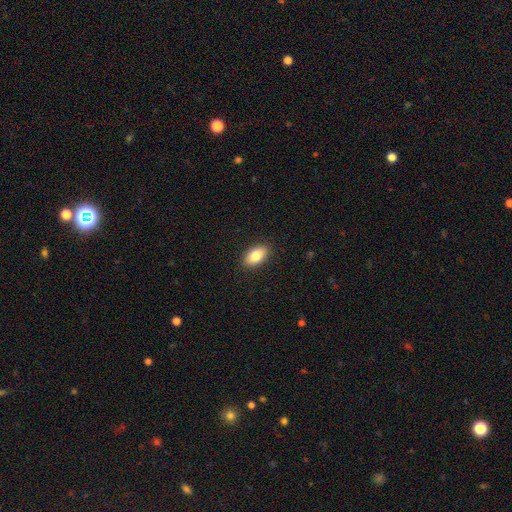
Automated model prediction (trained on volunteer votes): Overall: smooth (83%). How rounded: in between (91%). Merging: none (89%).